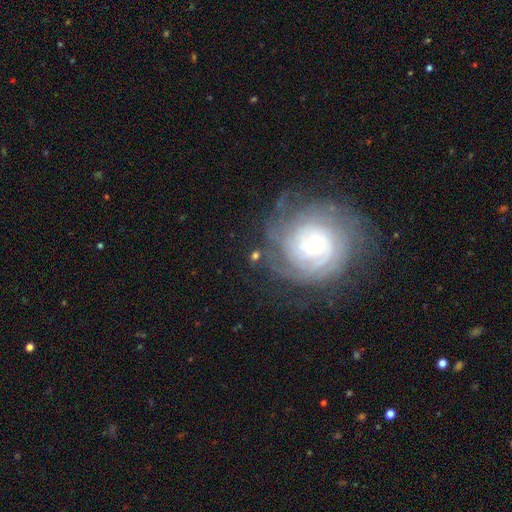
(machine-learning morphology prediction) smooth-or-featured: featured or disk: 66% | smooth: 22% | star or artifact: 12%
  disk-edge-on: no: 96% | yes: 4%
    bar: no: 69% | weak: 22% | strong: 9%
    has-spiral-arms: yes: 83% | no: 17%
      spiral-winding: tight: 68% | medium: 23% | loose: 10%
      spiral-arm-count: can't tell: 42% | 2: 18% | 3: 15% | 4: 11% | more than 4: 8% | 1: 7%
    bulge-size: small: 57% | moderate: 36% | large: 4% | none: 2% | dominant: 2%
  merging: none: 62% | minor disturbance: 17% | major disturbance: 15% | merger: 6%